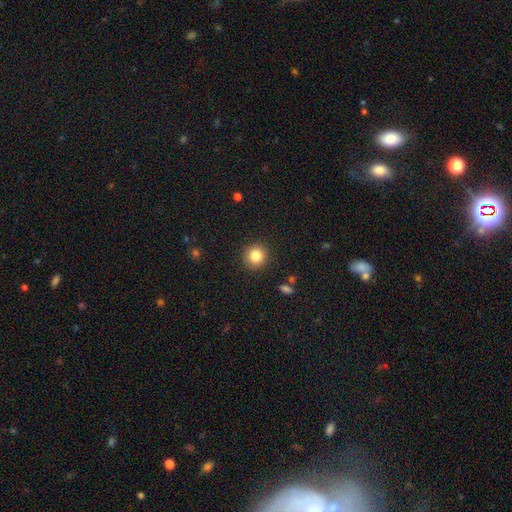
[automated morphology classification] smooth 83%, star or artifact 10%, featured or disk 6%. Down the decision tree: how rounded — round (92%); merging — none (91%).